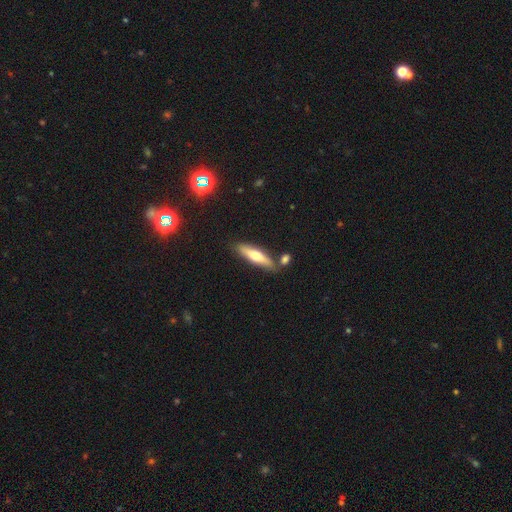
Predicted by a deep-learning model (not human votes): smooth-or-featured: smooth: 54% | featured or disk: 40% | star or artifact: 6%
  how-rounded: cigar-shaped: 71% | in between: 27% | round: 2%
  merging: none: 76% | minor disturbance: 12% | merger: 9% | major disturbance: 3%